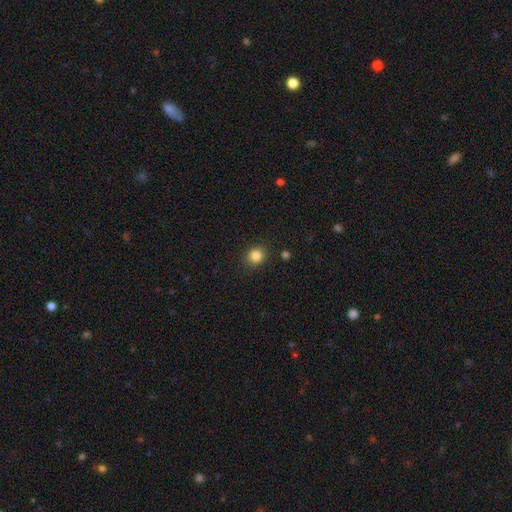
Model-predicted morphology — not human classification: This appears to be a smooth galaxy with no disk features (84%) that is round (82%). Merging: none (88%).